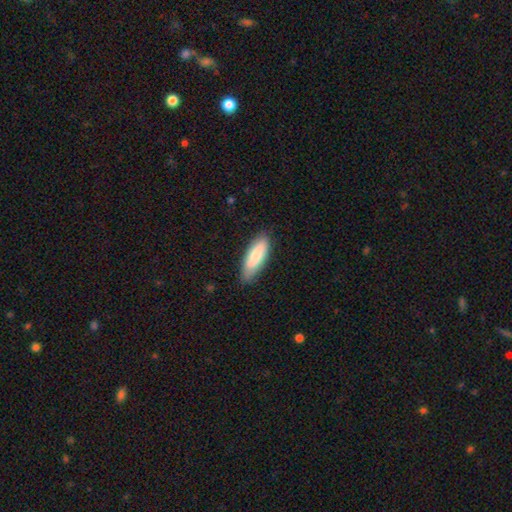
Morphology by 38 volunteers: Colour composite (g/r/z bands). It shows a smooth galaxy with no disk features (79%) that is in between round and cigar-shaped (73%). Merging: none (75%).